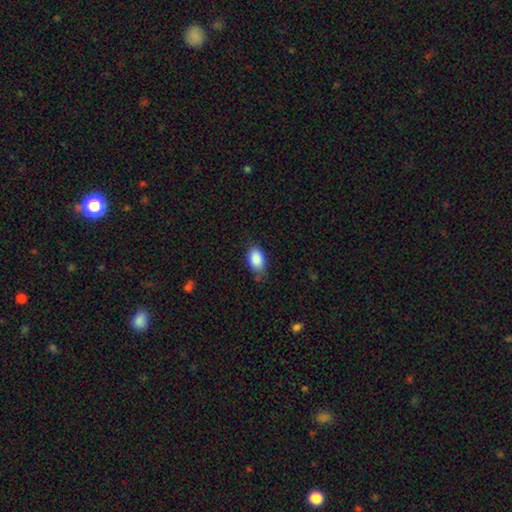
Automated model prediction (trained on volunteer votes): The model was most divided on "merging": none: 71%, minor disturbance: 24%, major disturbance: 4%, merger: 1%. More confident: how rounded — in between (91%); smooth or featured — smooth (88%).